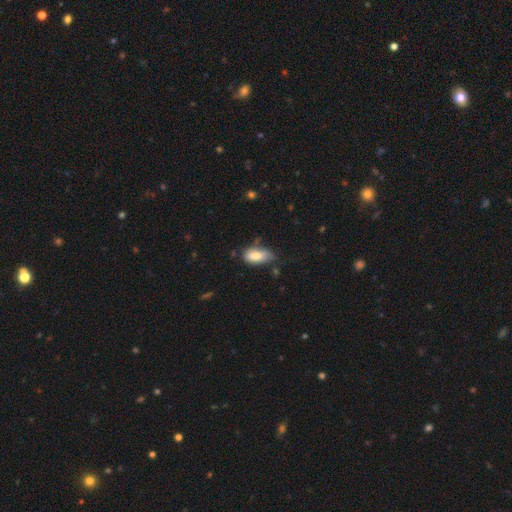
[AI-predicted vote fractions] This appears to be a smooth galaxy with no disk features (79%) that is in between round and cigar-shaped (89%). Merging: none (54%).